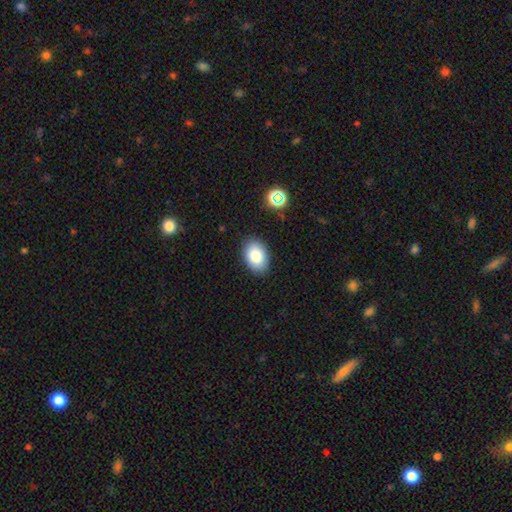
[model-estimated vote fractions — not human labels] This appears to be a smooth galaxy with no disk features (83%) that is in between round and cigar-shaped (84%). Merging: none (87%).